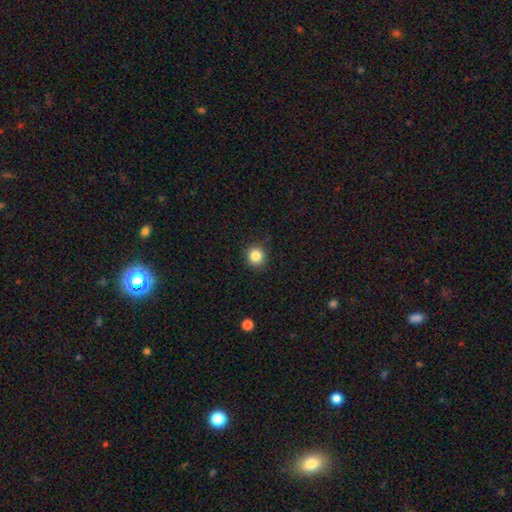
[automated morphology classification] This appears to be a smooth galaxy with no disk features (85%) that is round (91%). Merging: none (90%).